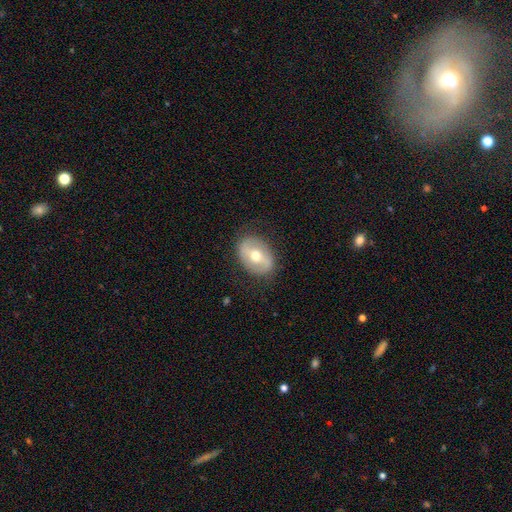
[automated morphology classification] Smooth or featured?
  - featured or disk: 53% *
  - smooth: 41%
  - star or artifact: 6%
Edge-on disk?
  - no: 92% *
  - yes: 8%
Merging?
  - none: 81% *
  - minor disturbance: 13%
  - major disturbance: 5%
  - merger: 1%